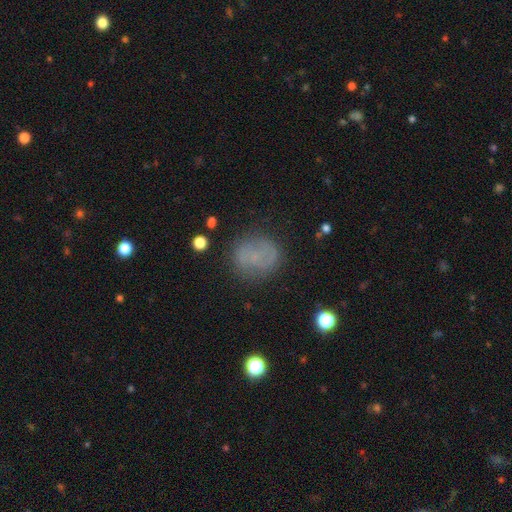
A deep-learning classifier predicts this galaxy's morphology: Smooth or featured? smooth (60%)
How rounded? round (72%)
Merging? none (76%)